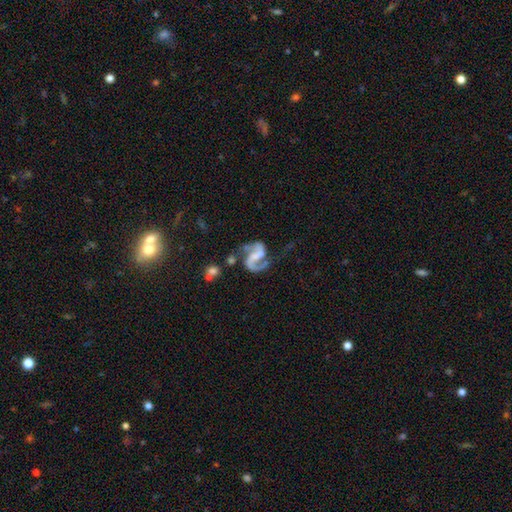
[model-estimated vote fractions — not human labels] smooth_or_featured: featured or disk (p=0.90) [alt: star or artifact p=0.05]
disk_edge_on: no (p=0.98) [alt: yes p=0.02]
bar: weak (p=0.41) [alt: strong p=0.33]
has_spiral_arms: yes (p=0.97) [alt: no p=0.03]
spiral_winding: medium (p=0.52) [alt: loose p=0.36]
spiral_arm_count: 2 (p=0.89) [alt: 1 p=0.05]
bulge_size: none (p=0.39) [alt: small p=0.31]
merging: none (p=0.54) [alt: major disturbance p=0.20]